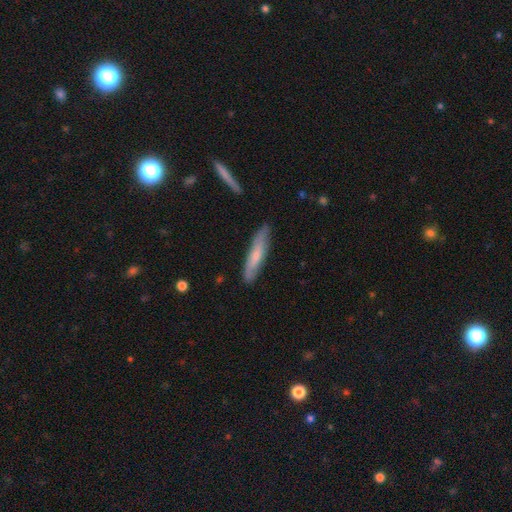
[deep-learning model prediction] Morphology: type=smooth (56%); roundness=cigar-shaped (84%); merging=none (81%).